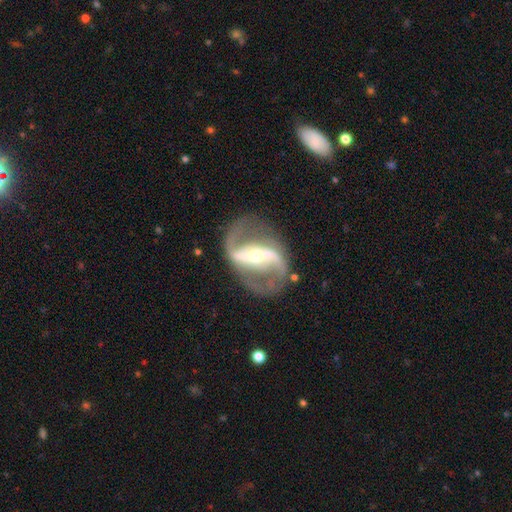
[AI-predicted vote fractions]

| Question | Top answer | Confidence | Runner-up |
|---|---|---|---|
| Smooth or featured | featured or disk | 91% | star or artifact (5%) |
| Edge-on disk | no | 97% | yes (3%) |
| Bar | strong | 58% | weak (25%) |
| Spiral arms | yes | 96% | no (4%) |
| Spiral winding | loose | 47% | medium (43%) |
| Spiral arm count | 2 | 93% | can't tell (2%) |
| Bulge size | small | 53% | moderate (40%) |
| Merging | none | 78% | minor disturbance (12%) |